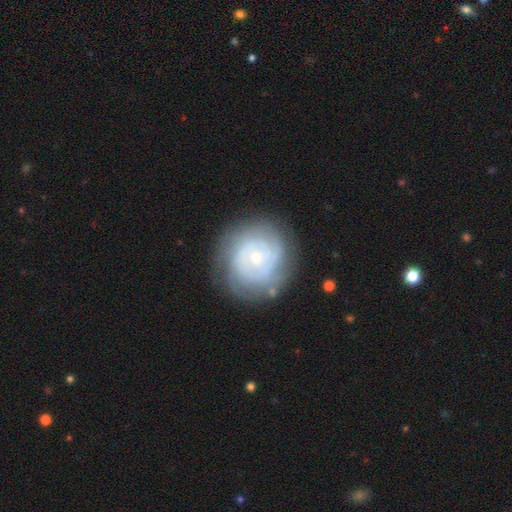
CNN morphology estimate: The model was most divided on "spiral arm count": can't tell: 40%, 2: 22%, 3: 18%, 4: 9%, more than 4: 5%, 1: 5%. More confident: edge-on disk — no (98%); spiral arms — yes (89%); merging — none (78%); bar — no (77%); smooth or featured — featured or disk (77%); spiral winding — tight (77%); bulge size — small (70%).